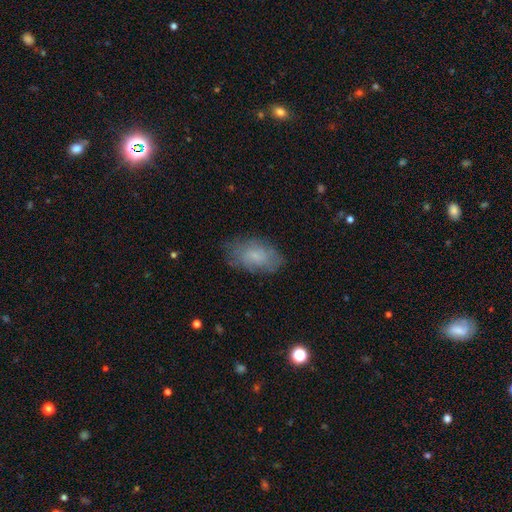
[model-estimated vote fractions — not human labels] smooth 66%, featured or disk 25%, star or artifact 8%. Down the decision tree: how rounded — in between (92%); merging — none (73%).